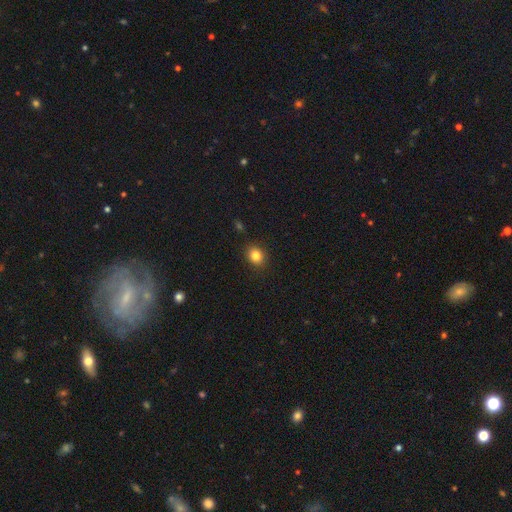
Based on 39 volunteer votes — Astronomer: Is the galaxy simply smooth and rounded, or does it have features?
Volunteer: smooth — 87%.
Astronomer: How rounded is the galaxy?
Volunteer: in between — 53% (runner-up: round, 47%).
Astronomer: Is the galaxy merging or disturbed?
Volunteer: none — 92%.